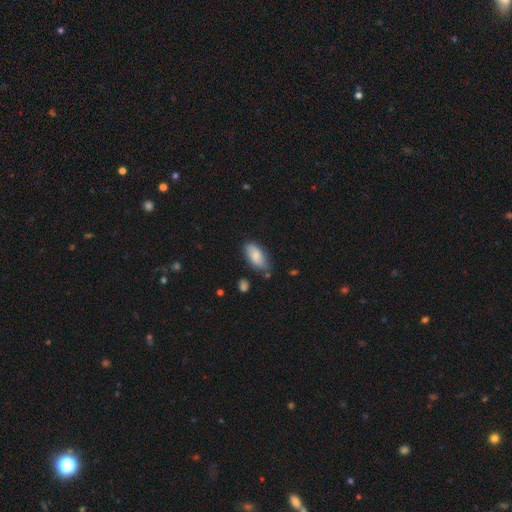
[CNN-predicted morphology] A smooth galaxy with no disk features (81%) that is in between round and cigar-shaped (88%). Merging: none (69%).